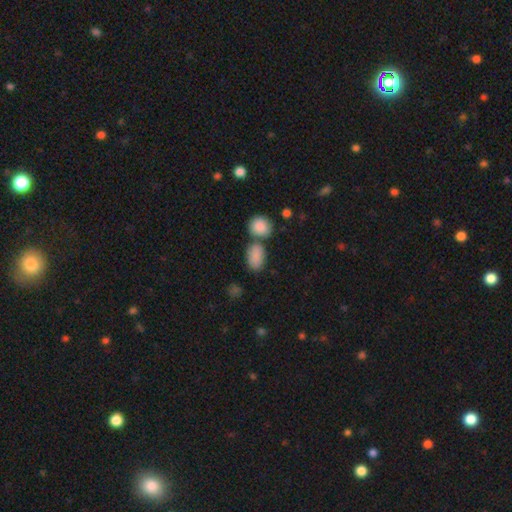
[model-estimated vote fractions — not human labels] A smooth galaxy with no disk features (87%) that is in between round and cigar-shaped (87%). Merging: none (50%).